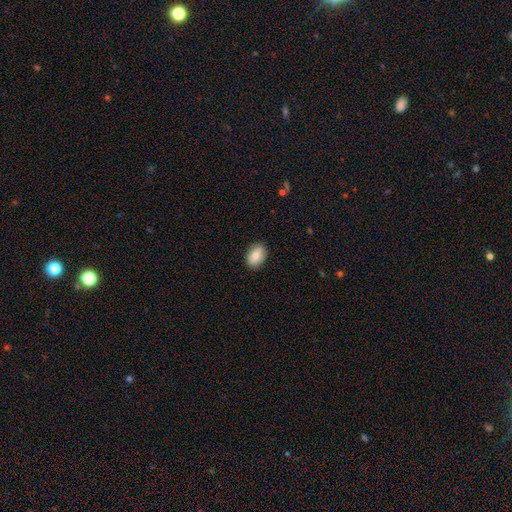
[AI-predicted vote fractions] Q: Smooth or featured?
A: smooth (78%); runner-up: featured or disk (15%)
Q: How rounded?
A: in between (84%); runner-up: round (15%)
Q: Merging?
A: none (85%); runner-up: minor disturbance (12%)